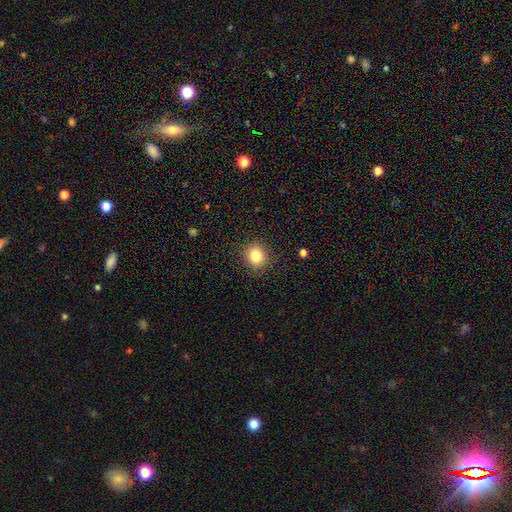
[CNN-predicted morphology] Smooth or featured? smooth (82%)
How rounded? round (80%)
Merging? none (88%)